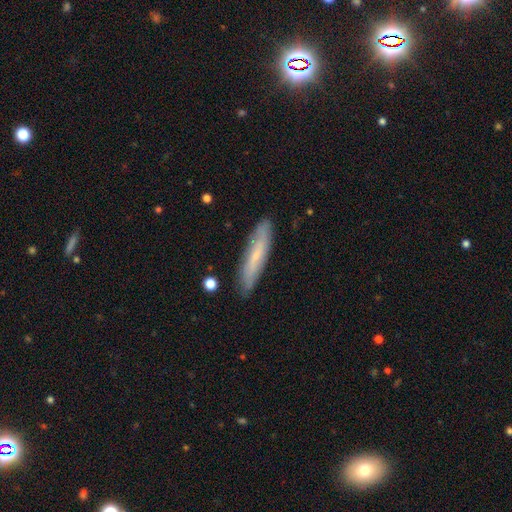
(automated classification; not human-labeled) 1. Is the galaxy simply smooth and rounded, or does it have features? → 56% smooth, 37% featured or disk, 7% star or artifact.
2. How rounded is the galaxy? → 84% cigar-shaped, 15% in between, 1% round.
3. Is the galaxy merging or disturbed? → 85% none, 11% minor disturbance, 2% major disturbance, 2% merger.